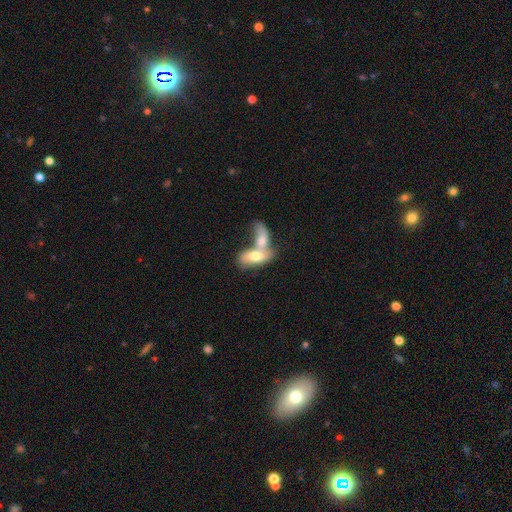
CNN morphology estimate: smooth 62%, featured or disk 32%, star or artifact 6%. Down the decision tree: how rounded — in between (83%); merging — merger (79%).